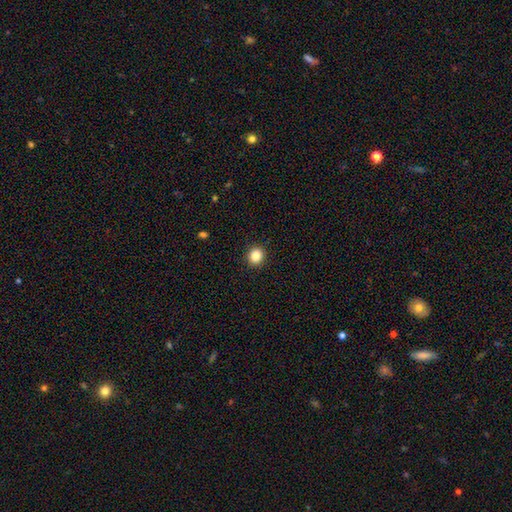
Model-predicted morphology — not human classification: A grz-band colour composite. It shows a smooth galaxy with no disk features (86%) that is round (85%). Merging: none (92%).